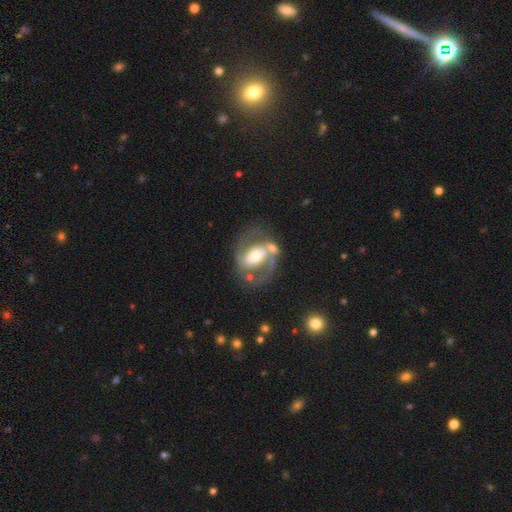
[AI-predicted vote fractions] This is clearly a featured or disk galaxy (81%). It is clearly not viewed edge-on (96%). Bar: marginally no (41%). Spiral arm pattern: clearly yes (84%). Spiral arm count: clearly 2 (86%). Spiral winding: possibly medium (52%). Central bulge: likely moderate (63%). Merging: likely none (62%).